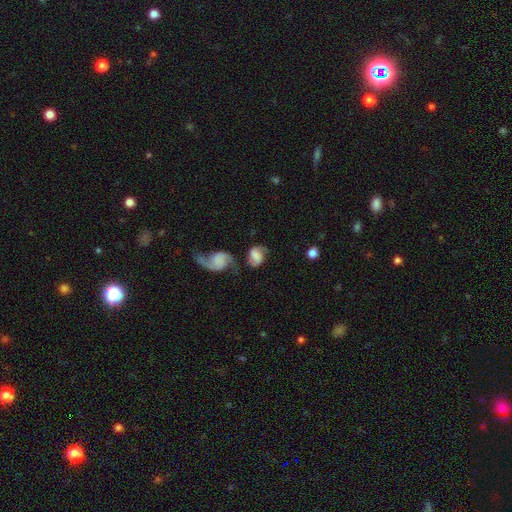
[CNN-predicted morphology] The model was most divided on "bar": no: 49%, weak: 36%, strong: 15%. Remaining: edge-on disk — no (96%); spiral arms — yes (86%); smooth or featured — featured or disk (53%); bulge size — none (46%); merging — none (41%).